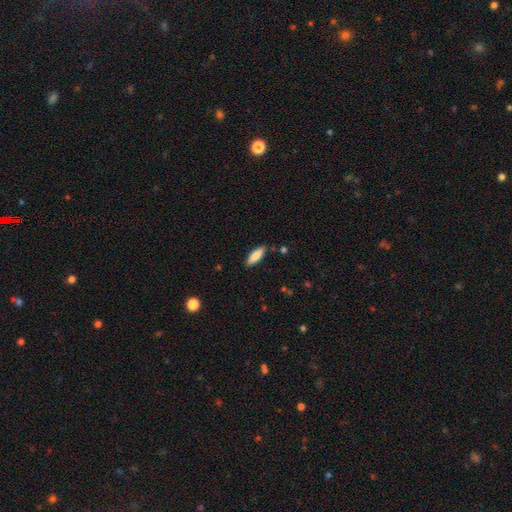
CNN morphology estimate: This is clearly a smooth galaxy (82%). How rounded: possibly in between (55%). Merging: clearly none (86%).